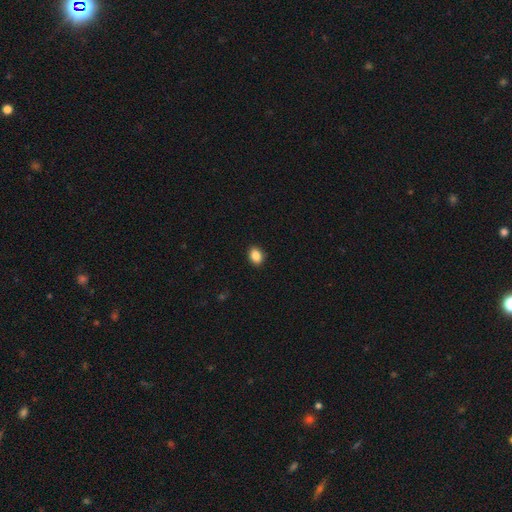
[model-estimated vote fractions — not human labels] smooth 88%, star or artifact 8%, featured or disk 4%. Down the decision tree: how rounded — in between (73%); merging — none (90%).